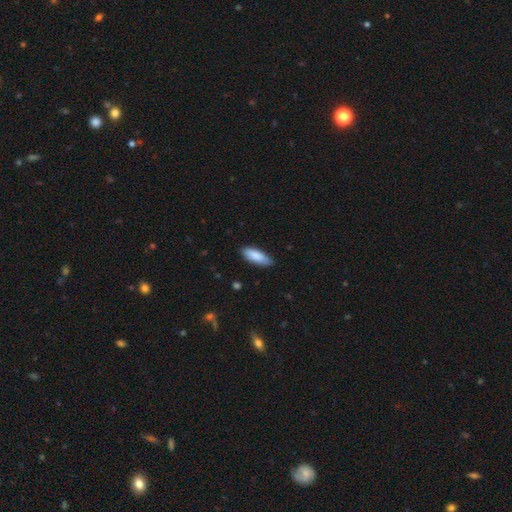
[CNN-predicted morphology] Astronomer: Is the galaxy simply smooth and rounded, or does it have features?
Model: smooth — 86%.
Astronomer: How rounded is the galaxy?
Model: in between — 65%.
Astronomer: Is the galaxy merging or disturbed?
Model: none — 85%.